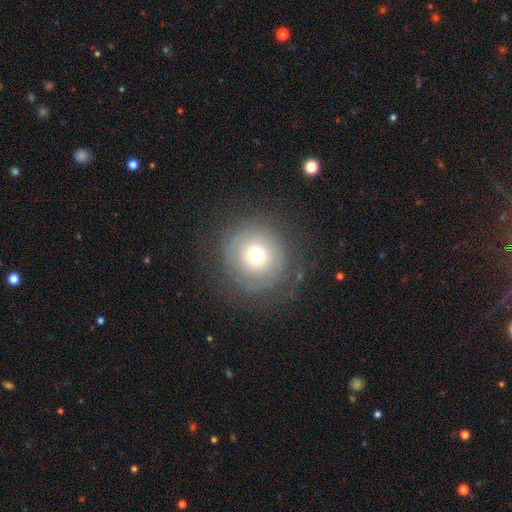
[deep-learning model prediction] Smooth or featured? Predicted: smooth (p=0.52). How rounded? Predicted: round (p=0.93). Merging? Predicted: none (p=0.73).